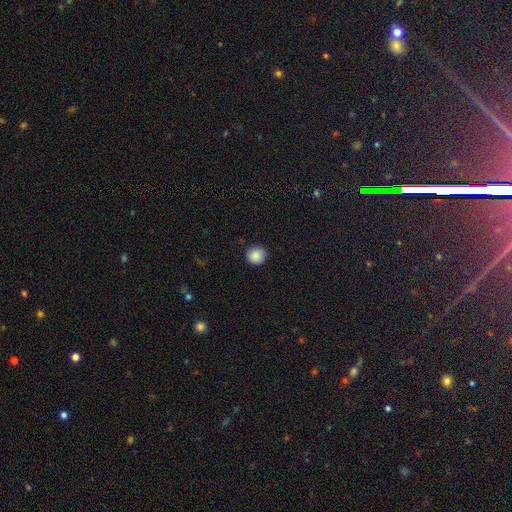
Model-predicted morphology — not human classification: Overall: smooth (88%). How rounded: round (92%). Merging: none (90%).